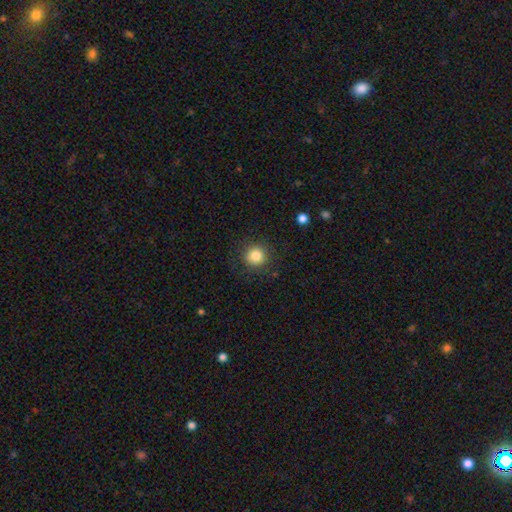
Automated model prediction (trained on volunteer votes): smooth-or-featured: smooth: 84% | star or artifact: 11% | featured or disk: 6%
  how-rounded: round: 92% | in between: 7% | cigar-shaped: 1%
  merging: none: 88% | minor disturbance: 8% | major disturbance: 3% | merger: 1%